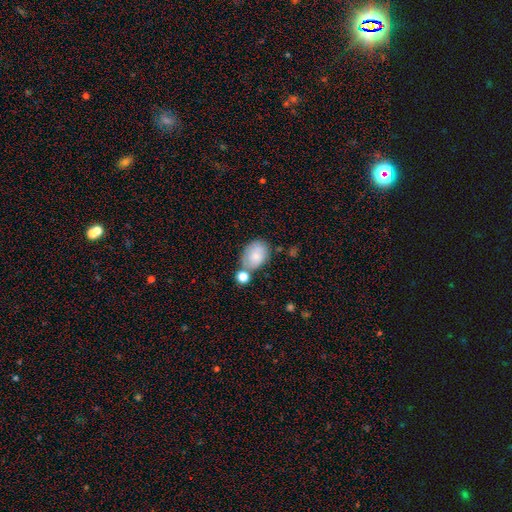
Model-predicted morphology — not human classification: Smooth or featured?
  - smooth: 75% *
  - featured or disk: 17%
  - star or artifact: 8%
How rounded?
  - in between: 77% *
  - round: 21%
  - cigar-shaped: 1%
Merging?
  - none: 50% *
  - merger: 23%
  - minor disturbance: 21%
  - major disturbance: 7%